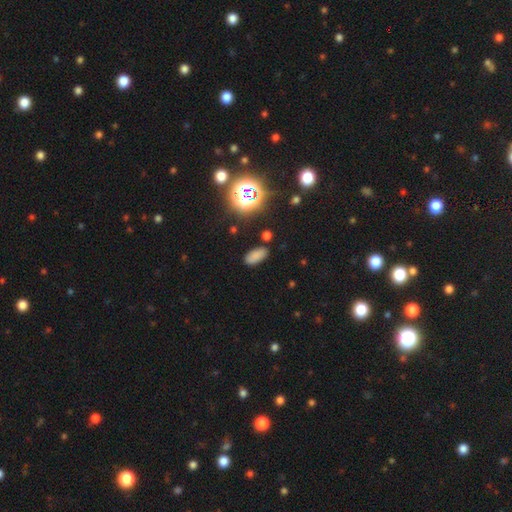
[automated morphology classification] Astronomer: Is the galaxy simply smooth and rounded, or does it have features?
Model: smooth — 75%.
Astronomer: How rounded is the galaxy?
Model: in between — 88%.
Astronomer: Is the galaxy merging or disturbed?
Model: none — 85%.